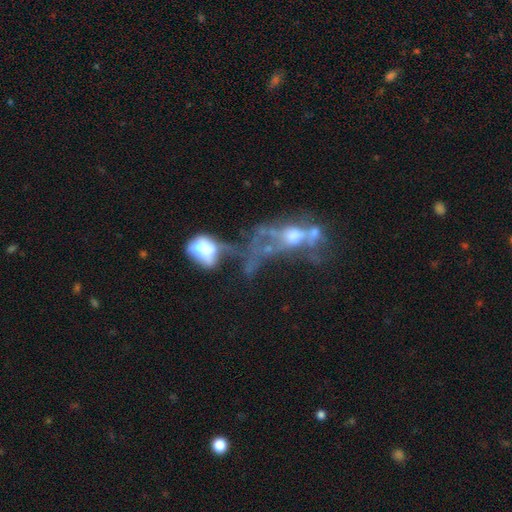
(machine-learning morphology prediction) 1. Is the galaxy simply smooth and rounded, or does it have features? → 58% featured or disk, 21% star or artifact, 21% smooth.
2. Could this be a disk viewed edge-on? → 91% no, 9% yes.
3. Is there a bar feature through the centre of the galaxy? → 83% no, 12% weak, 5% strong.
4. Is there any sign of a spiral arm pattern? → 80% no, 20% yes.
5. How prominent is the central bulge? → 39% moderate, 24% none, 23% small, 10% large, 3% dominant.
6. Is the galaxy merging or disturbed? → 51% merger, 30% major disturbance, 13% none, 7% minor disturbance.